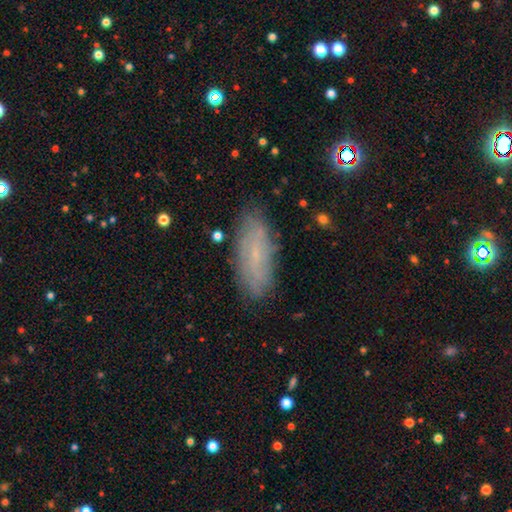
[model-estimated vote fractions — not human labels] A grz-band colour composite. It shows a smooth galaxy with no disk features (49%). Merging: none (82%).